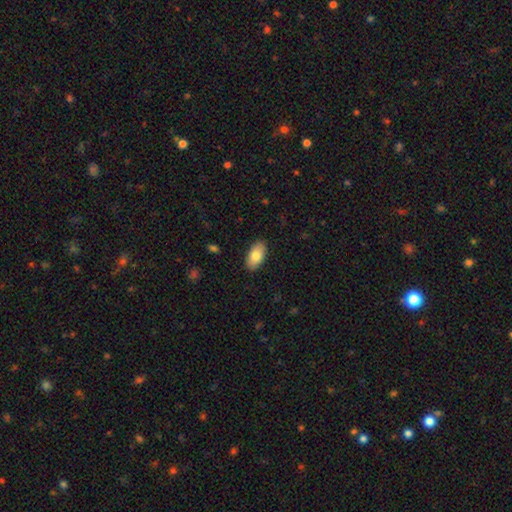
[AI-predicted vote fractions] Smooth or featured? smooth (81%)
How rounded? in between (94%)
Merging? none (88%)